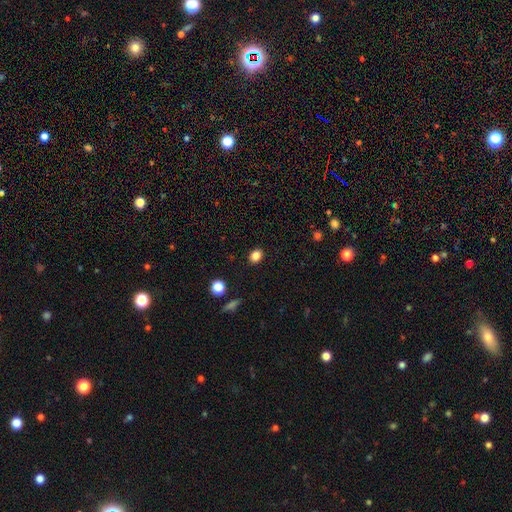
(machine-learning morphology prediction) Smooth or featured? Predicted: smooth (p=0.85). How rounded? Predicted: in between (p=0.53). Merging? Predicted: none (p=0.89).